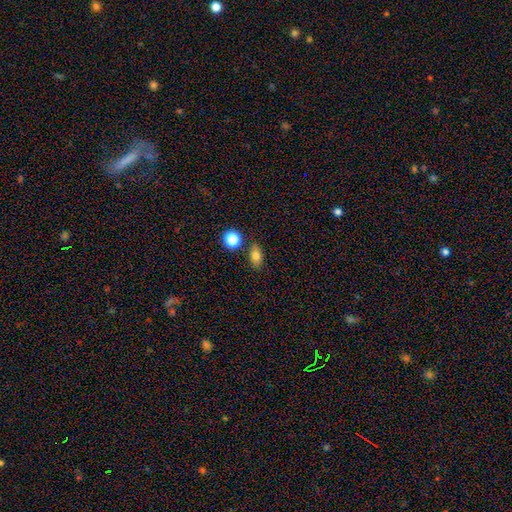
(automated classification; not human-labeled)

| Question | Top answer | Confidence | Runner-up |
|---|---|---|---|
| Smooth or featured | smooth | 78% | star or artifact (12%) |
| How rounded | in between | 76% | round (20%) |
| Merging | none | 79% | minor disturbance (12%) |